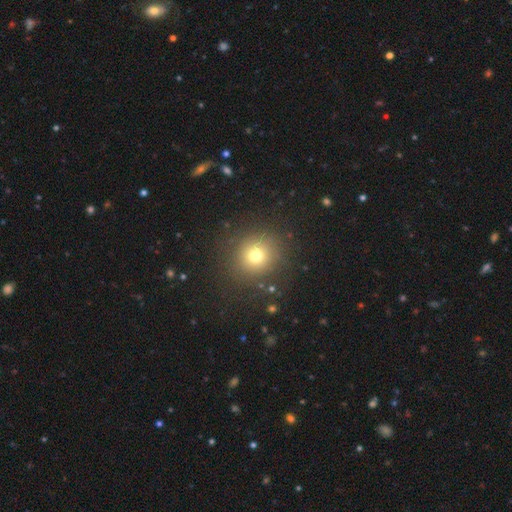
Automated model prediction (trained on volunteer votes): A smooth galaxy with no disk features (72%) that is round (89%). Merging: none (85%).